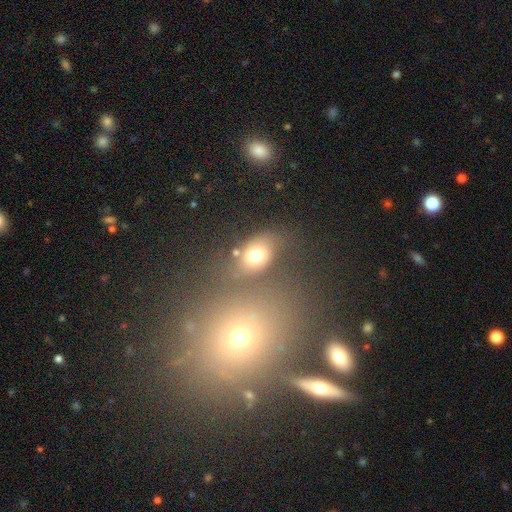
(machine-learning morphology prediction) The model was most divided on "how rounded": in between: 65%, round: 33%, cigar-shaped: 2%. More confident: smooth or featured — smooth (70%); merging — none (60%).